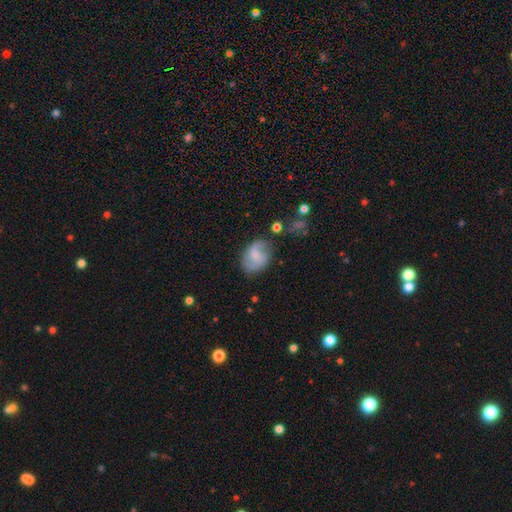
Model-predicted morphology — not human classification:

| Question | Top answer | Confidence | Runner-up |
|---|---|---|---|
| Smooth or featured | featured or disk | 51% | smooth (41%) |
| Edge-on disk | no | 97% | yes (3%) |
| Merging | none | 59% | minor disturbance (25%) |